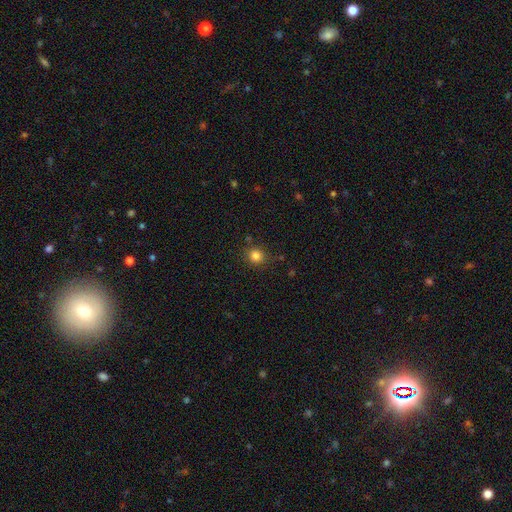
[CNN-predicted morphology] A smooth galaxy with no disk features (83%) that is round (89%).

Vote fractions:
- Smooth or featured? smooth: 83% / star or artifact: 12% / featured or disk: 4%
- How rounded? round: 89% / in between: 10% / cigar-shaped: 1%
- Merging? none: 85% / minor disturbance: 10% / major disturbance: 3% / merger: 3%